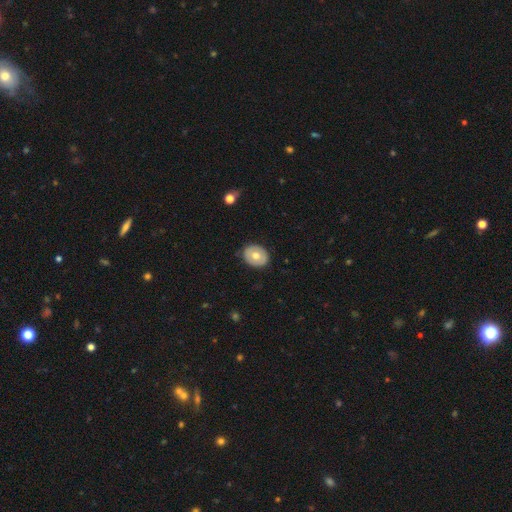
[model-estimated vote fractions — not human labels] The model was most divided on "how rounded": in between: 52%, round: 47%, cigar-shaped: 1%. More confident: merging — none (87%); smooth or featured — smooth (66%).